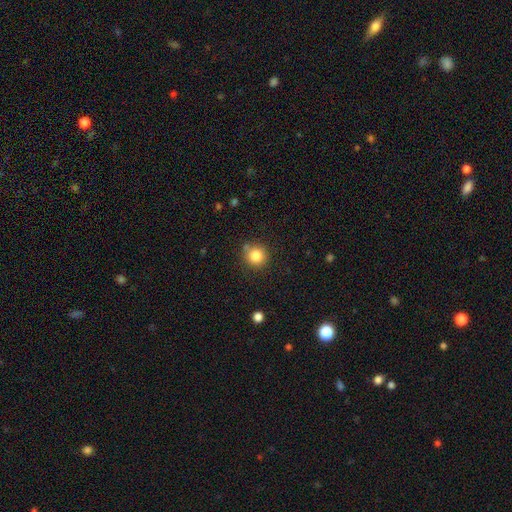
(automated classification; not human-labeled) This appears to be a smooth galaxy with no disk features (84%) that is round (93%). Merging: none (80%).